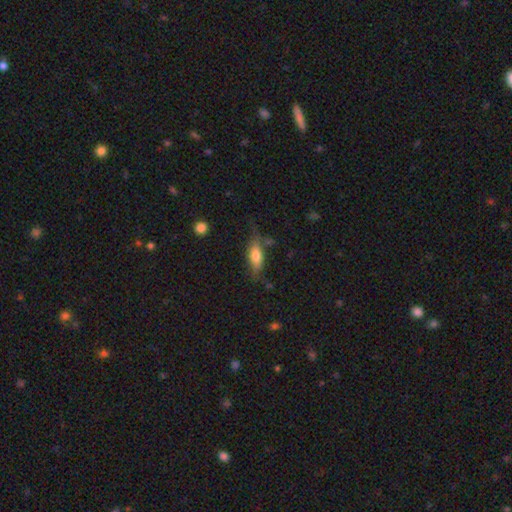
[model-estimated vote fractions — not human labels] Smooth or featured? Predicted: smooth (p=0.64). How rounded? Predicted: in between (p=0.66). Merging? Predicted: none (p=0.62).